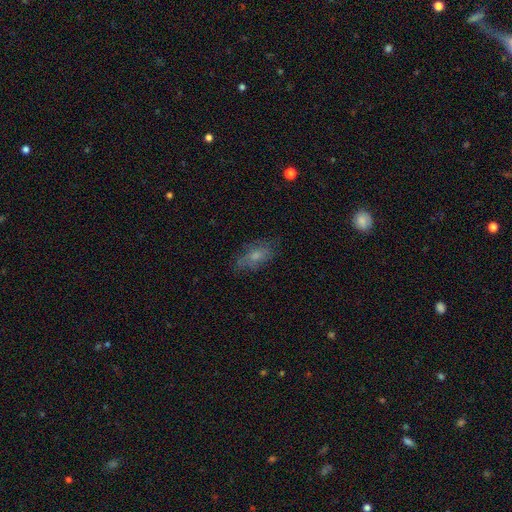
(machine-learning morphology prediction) Smooth or featured?
  - smooth: 62% *
  - featured or disk: 28%
  - star or artifact: 10%
How rounded?
  - in between: 84% *
  - cigar-shaped: 10%
  - round: 6%
Merging?
  - none: 69% *
  - minor disturbance: 21%
  - major disturbance: 8%
  - merger: 2%